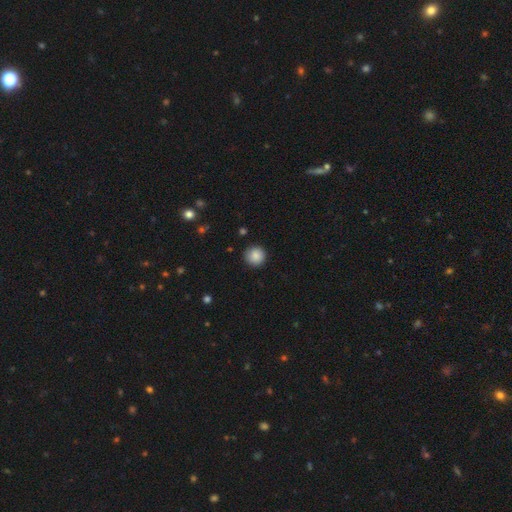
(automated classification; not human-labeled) smooth_or_featured: smooth (p=0.87) [alt: star or artifact p=0.09]
how_rounded: round (p=0.95) [alt: in between p=0.05]
merging: none (p=0.89) [alt: minor disturbance p=0.08]